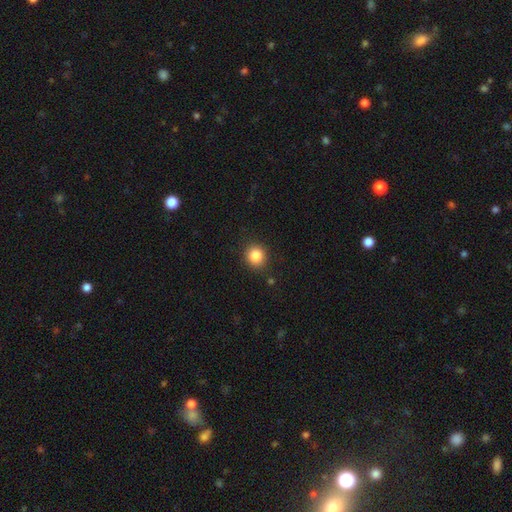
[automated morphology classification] A smooth galaxy with no disk features (85%) that is round (85%). Merging: none (89%).